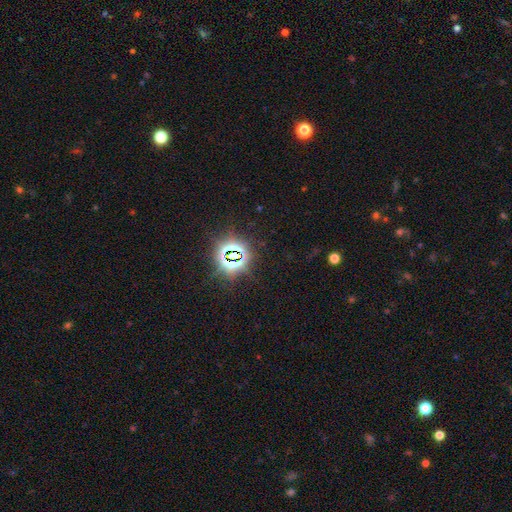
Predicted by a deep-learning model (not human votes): star or artifact 83%, smooth 10%, featured or disk 7%.